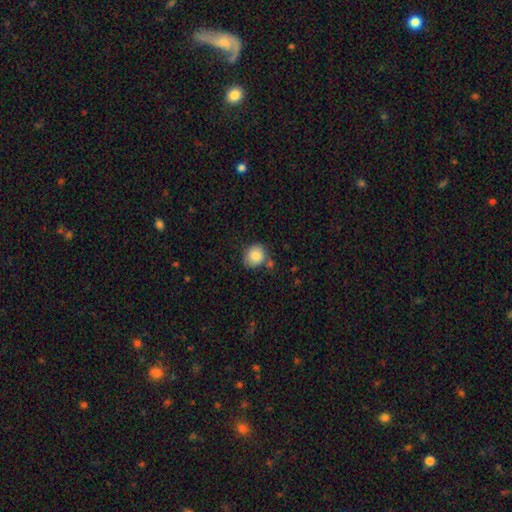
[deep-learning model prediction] Smooth or featured? smooth (85%)
How rounded? round (71%)
Merging? none (68%)